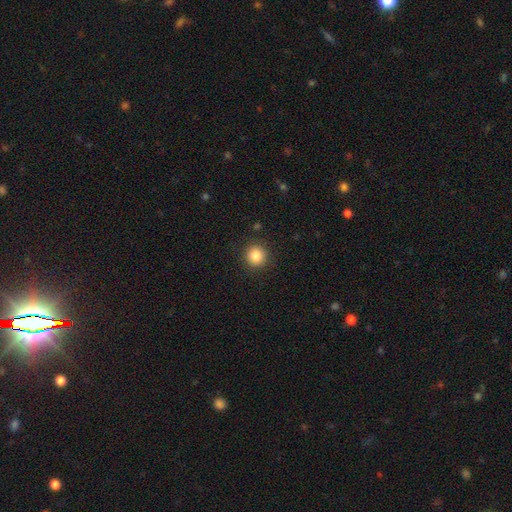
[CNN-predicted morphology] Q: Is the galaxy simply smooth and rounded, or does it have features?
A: smooth — 85%.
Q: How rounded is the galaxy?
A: round — 94%.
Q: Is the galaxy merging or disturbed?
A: none — 91%.